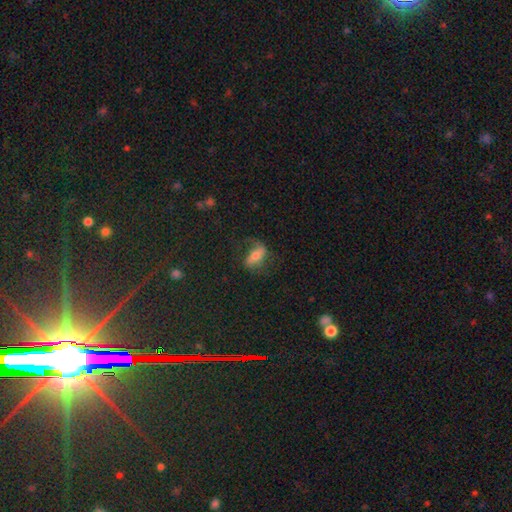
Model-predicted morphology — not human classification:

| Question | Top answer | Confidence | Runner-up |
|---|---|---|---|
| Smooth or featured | featured or disk | 45% | smooth (44%) |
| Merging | none | 56% | major disturbance (21%) |